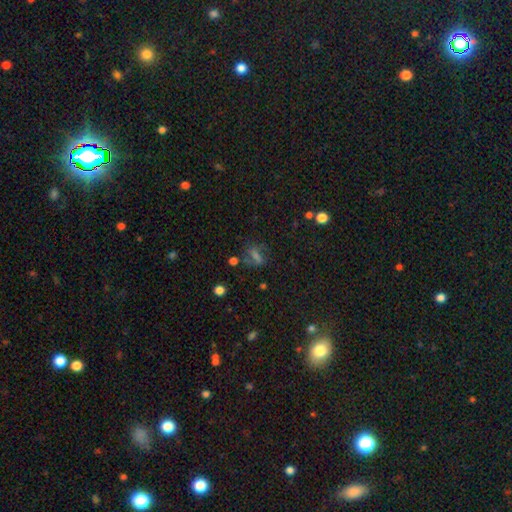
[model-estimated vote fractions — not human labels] Morphology: type=smooth (38%); merging=none (66%).